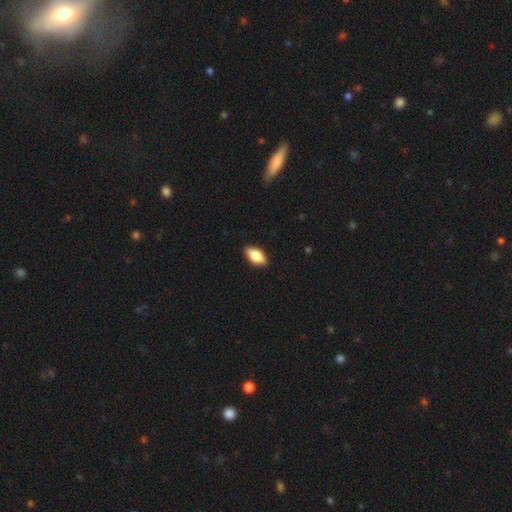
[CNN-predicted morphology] This appears to be a smooth galaxy with no disk features (79%) that is in between round and cigar-shaped (89%). Merging: none (89%).